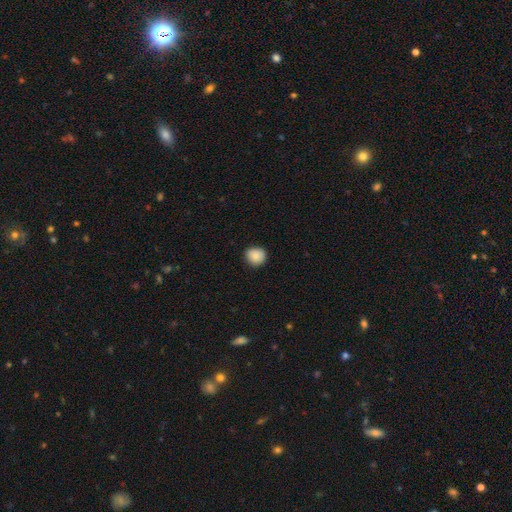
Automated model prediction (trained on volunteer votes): smooth-or-featured: smooth: 88% | star or artifact: 8% | featured or disk: 4%
  how-rounded: round: 84% | in between: 16% | cigar-shaped: 1%
  merging: none: 87% | minor disturbance: 10% | major disturbance: 2% | merger: 1%